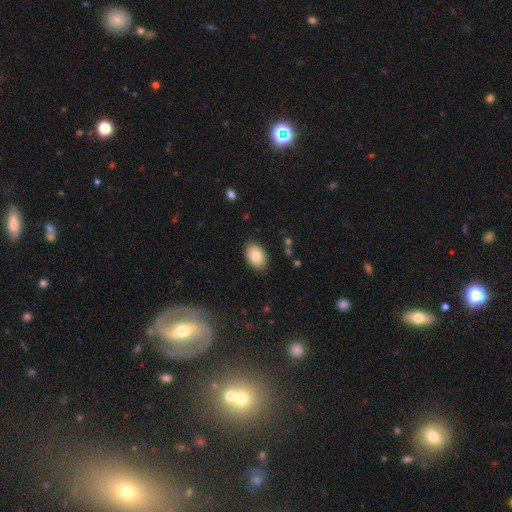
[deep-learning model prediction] smooth-or-featured: smooth: 82% | featured or disk: 11% | star or artifact: 7%
  how-rounded: in between: 87% | round: 12% | cigar-shaped: 1%
  merging: none: 86% | minor disturbance: 10% | major disturbance: 2% | merger: 1%